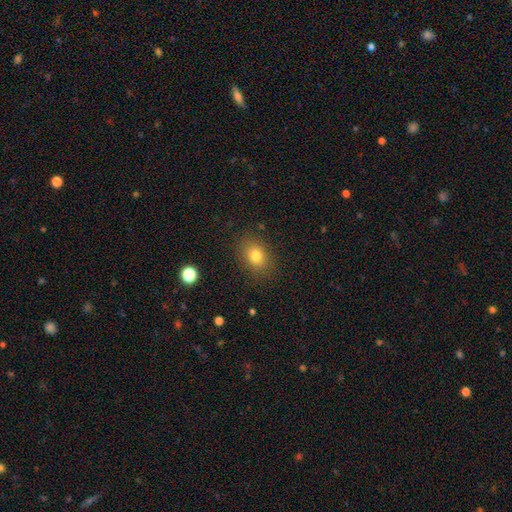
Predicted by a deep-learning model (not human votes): Smooth or featured?
  - smooth: 79% *
  - star or artifact: 12%
  - featured or disk: 9%
How rounded?
  - in between: 64% *
  - round: 35%
  - cigar-shaped: 1%
Merging?
  - none: 84% *
  - minor disturbance: 10%
  - major disturbance: 4%
  - merger: 1%